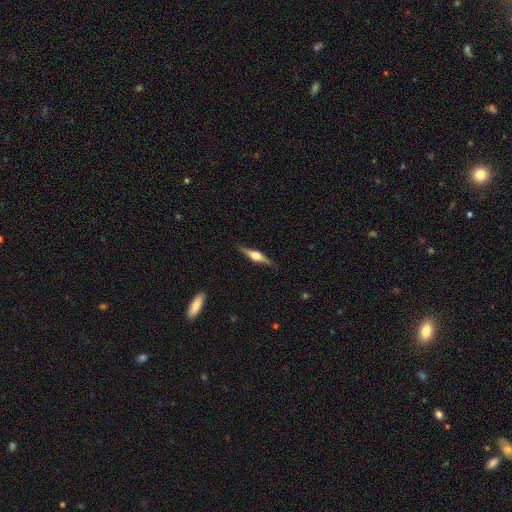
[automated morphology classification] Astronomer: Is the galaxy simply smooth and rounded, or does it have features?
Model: featured or disk — 76%.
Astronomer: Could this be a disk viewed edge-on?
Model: yes — 98%.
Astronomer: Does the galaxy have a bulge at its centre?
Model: rounded — 90%.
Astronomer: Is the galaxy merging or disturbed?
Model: none — 88%.